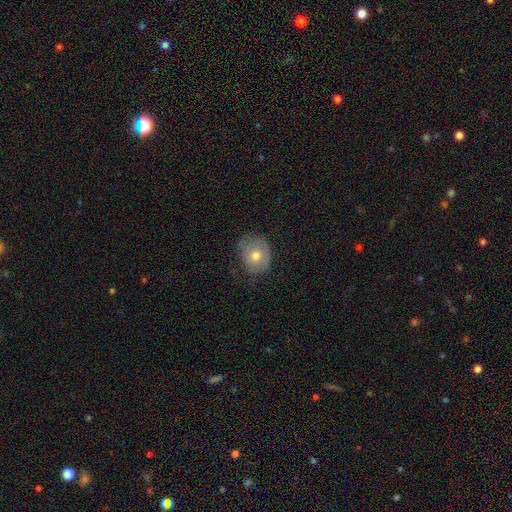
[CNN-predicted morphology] Overall: smooth (70%). How rounded: round (63%; in between 36%). Merging: none (56%; minor disturbance 31%).